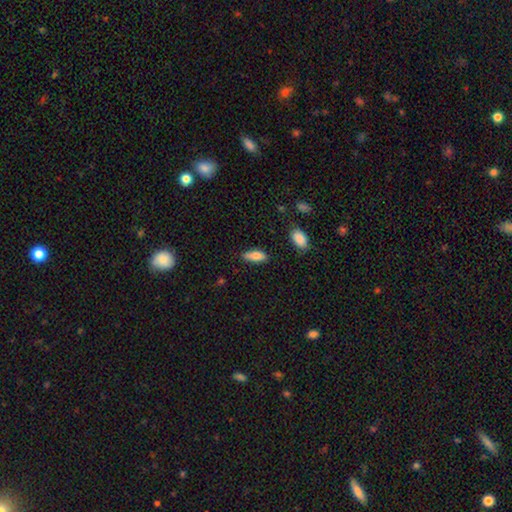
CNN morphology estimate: smooth-or-featured: smooth: 78% | featured or disk: 15% | star or artifact: 7%
  how-rounded: in between: 68% | cigar-shaped: 30% | round: 2%
  merging: none: 77% | minor disturbance: 17% | major disturbance: 3% | merger: 2%